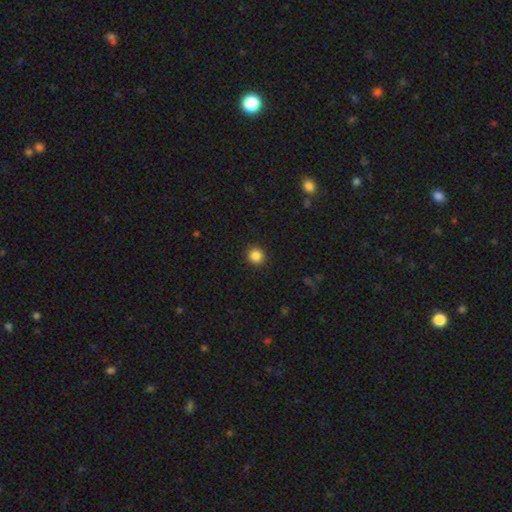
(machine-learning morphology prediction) smooth_or_featured: smooth (p=0.86) [alt: star or artifact p=0.10]
how_rounded: round (p=0.91) [alt: in between p=0.08]
merging: none (p=0.91) [alt: minor disturbance p=0.06]